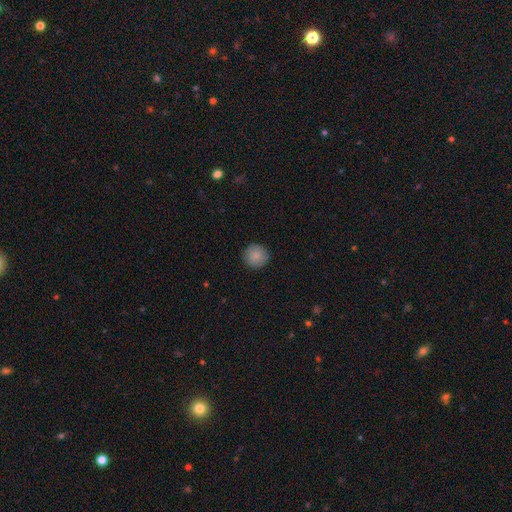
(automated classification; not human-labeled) Smooth or featured? Predicted: smooth (p=0.86). How rounded? Predicted: round (p=0.95). Merging? Predicted: none (p=0.91).